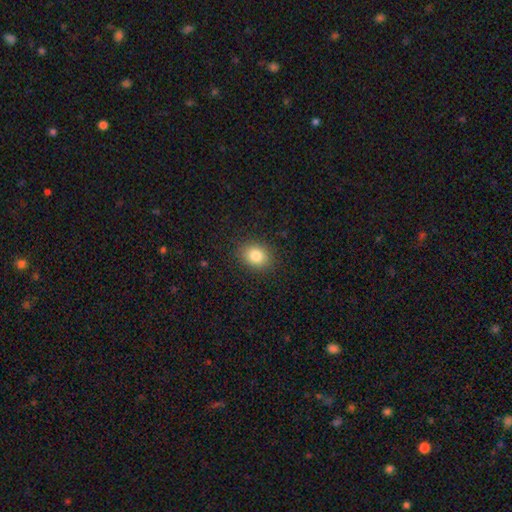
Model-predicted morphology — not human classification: A smooth galaxy with no disk features (83%) that is round (50%).

Vote fractions:
- Smooth or featured? smooth: 83% / star or artifact: 10% / featured or disk: 7%
- How rounded? round: 50% / in between: 49% / cigar-shaped: 1%
- Merging? none: 88% / minor disturbance: 8% / major disturbance: 3% / merger: 1%